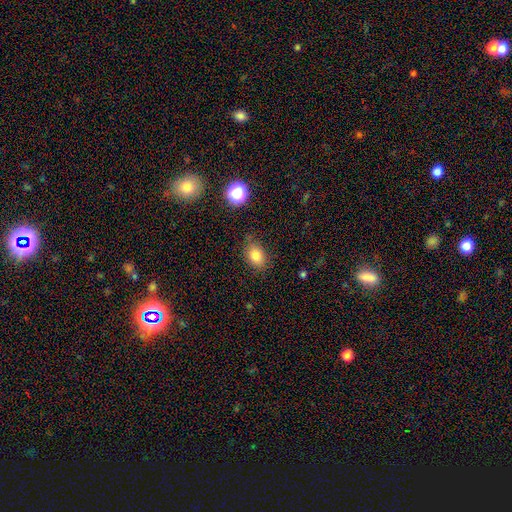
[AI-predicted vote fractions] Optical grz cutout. It shows a smooth galaxy with no disk features (81%) that is in between round and cigar-shaped (76%). Merging: none (78%).